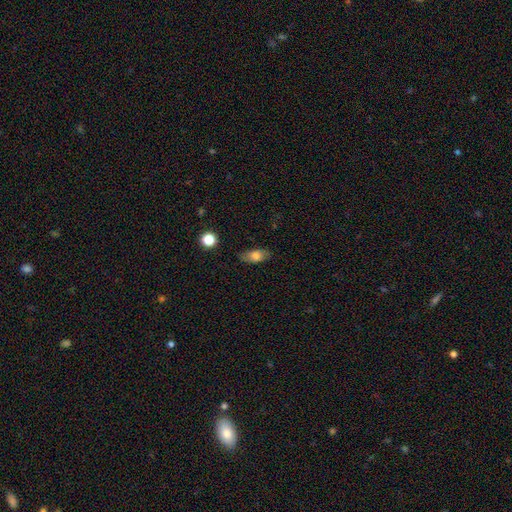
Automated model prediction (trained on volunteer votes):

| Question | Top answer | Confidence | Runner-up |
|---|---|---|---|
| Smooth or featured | smooth | 73% | featured or disk (18%) |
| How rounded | in between | 84% | cigar-shaped (9%) |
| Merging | none | 79% | minor disturbance (16%) |